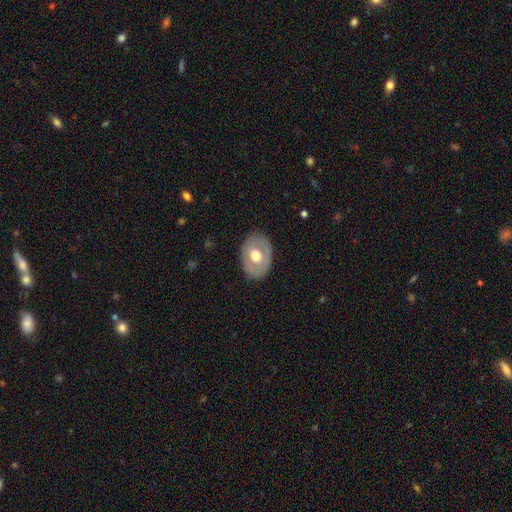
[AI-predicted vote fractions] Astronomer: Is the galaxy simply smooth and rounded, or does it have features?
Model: smooth — 52% (runner-up: featured or disk, 42%).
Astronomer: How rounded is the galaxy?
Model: in between — 71%.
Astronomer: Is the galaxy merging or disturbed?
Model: none — 83%.